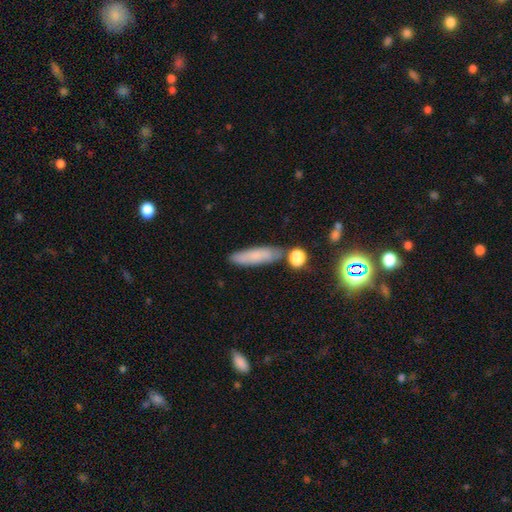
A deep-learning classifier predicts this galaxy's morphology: Smooth or featured? smooth (72%)
How rounded? cigar-shaped (72%)
Merging? none (76%)